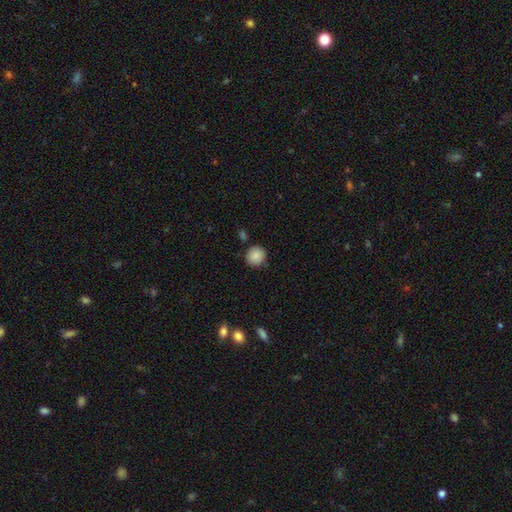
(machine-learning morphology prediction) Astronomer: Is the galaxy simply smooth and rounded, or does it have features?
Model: smooth — 87%.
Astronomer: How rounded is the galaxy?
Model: round — 91%.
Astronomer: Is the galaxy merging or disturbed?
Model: none — 85%.